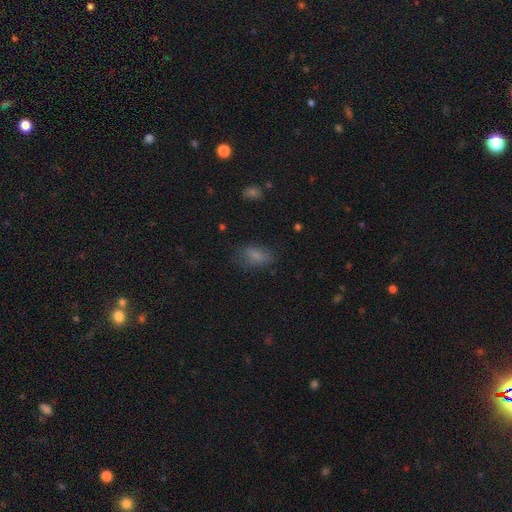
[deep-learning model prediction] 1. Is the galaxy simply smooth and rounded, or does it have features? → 74% smooth, 14% featured or disk, 12% star or artifact.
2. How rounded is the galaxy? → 85% in between, 9% cigar-shaped, 7% round.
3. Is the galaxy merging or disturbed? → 63% none, 23% minor disturbance, 12% major disturbance, 2% merger.